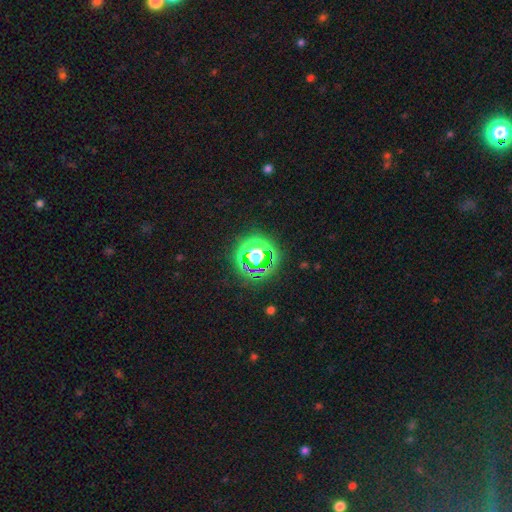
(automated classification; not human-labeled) star or artifact 56%, smooth 30%, featured or disk 14%.